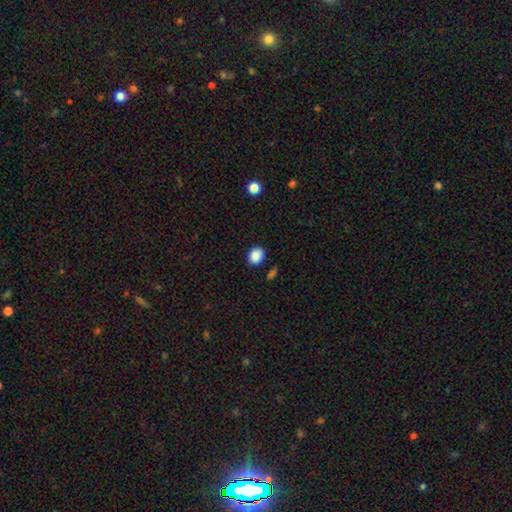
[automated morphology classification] This appears to be a smooth galaxy with no disk features (88%) that is round (52%). Merging: none (85%).